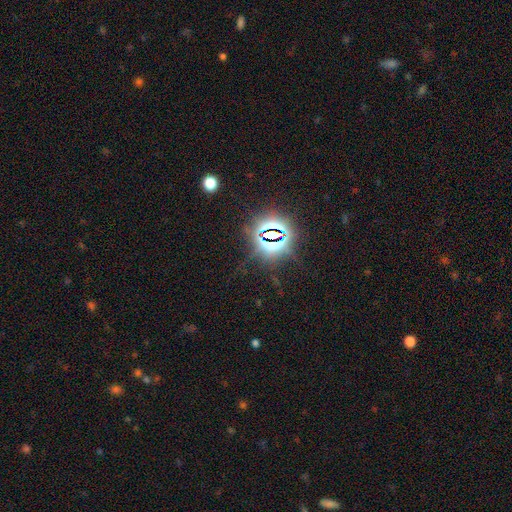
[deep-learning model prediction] Morphology: type=star or artifact (82%).